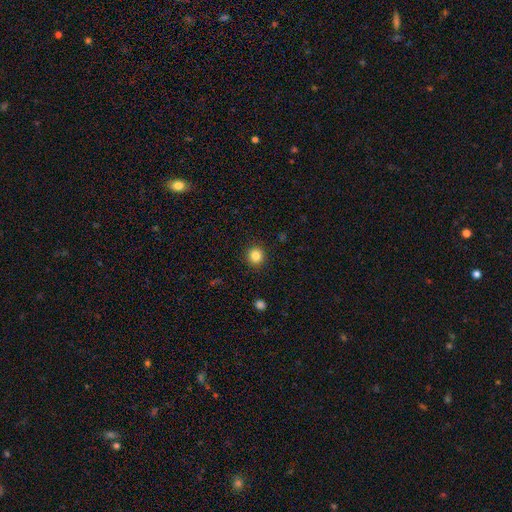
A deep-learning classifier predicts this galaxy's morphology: A smooth galaxy with no disk features (84%) that is round (93%). Merging: none (92%).